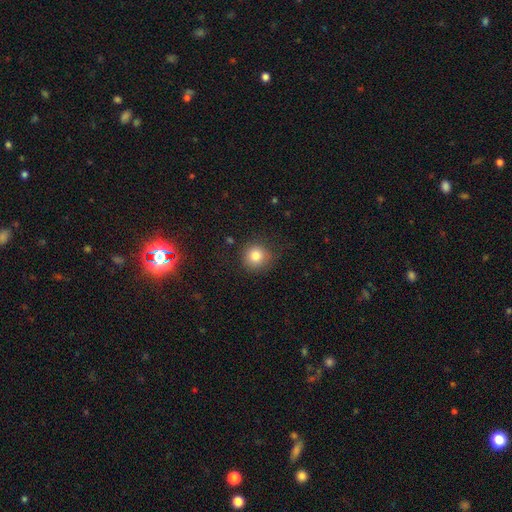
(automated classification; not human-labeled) Smooth or featured? smooth (81%)
How rounded? round (92%)
Merging? none (82%)